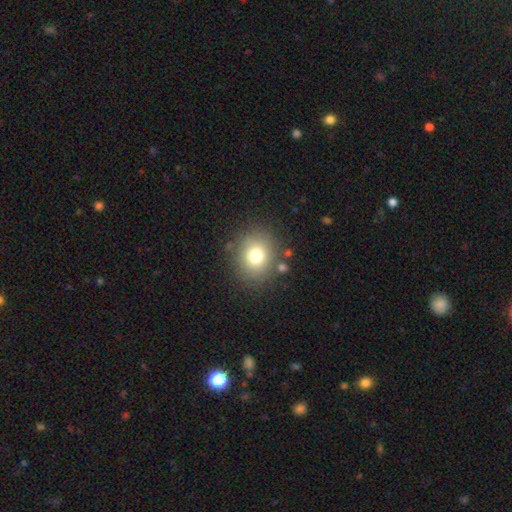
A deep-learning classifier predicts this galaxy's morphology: Smooth or featured? Predicted: smooth (p=0.76). How rounded? Predicted: round (p=0.76). Merging? Predicted: none (p=0.82).